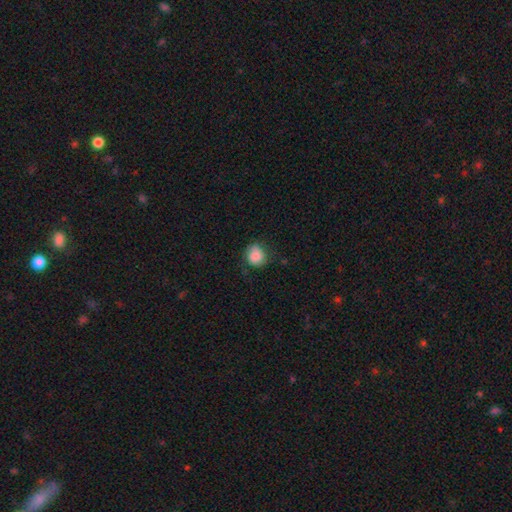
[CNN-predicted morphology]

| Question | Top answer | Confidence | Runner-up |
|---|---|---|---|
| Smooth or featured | smooth | 85% | star or artifact (8%) |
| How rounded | round | 74% | in between (25%) |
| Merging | none | 65% | minor disturbance (26%) |